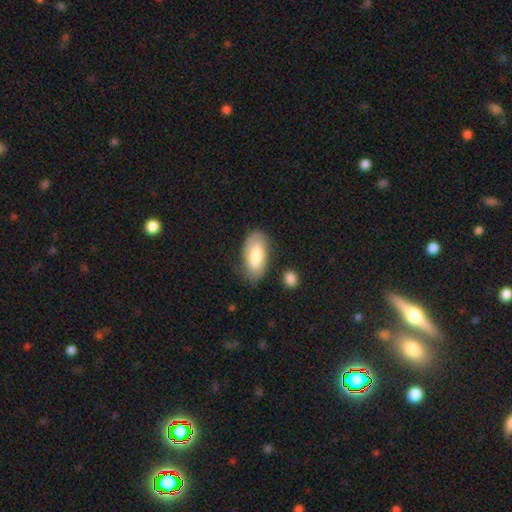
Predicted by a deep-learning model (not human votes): Overall: smooth (66%; featured or disk 28%). How rounded: in between (92%). Merging: none (76%).